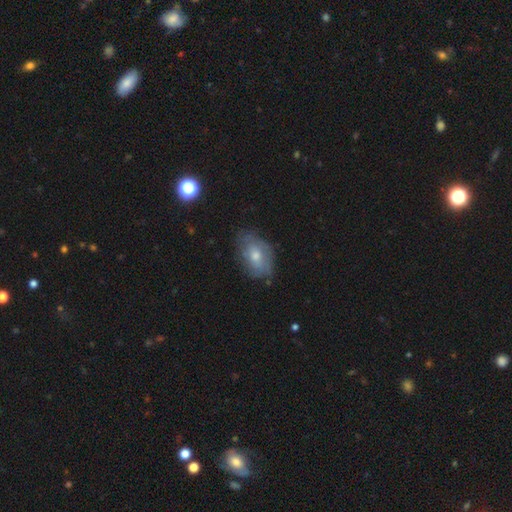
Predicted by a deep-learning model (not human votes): Morphology: type=smooth (51%); roundness=in between (87%); merging=none (64%).